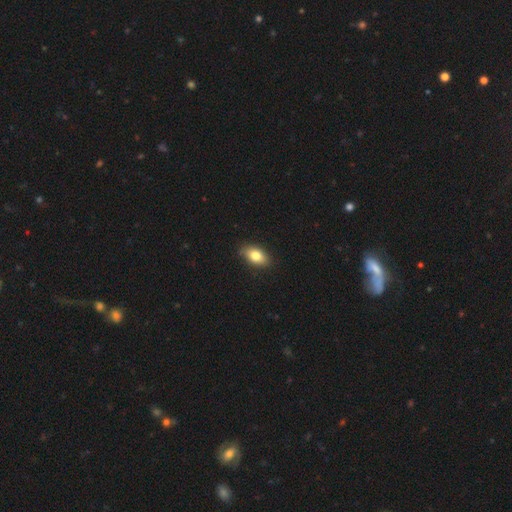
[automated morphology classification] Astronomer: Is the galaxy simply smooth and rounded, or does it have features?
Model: smooth — 80%.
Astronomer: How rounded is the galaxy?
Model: in between — 89%.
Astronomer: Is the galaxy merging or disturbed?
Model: none — 85%.